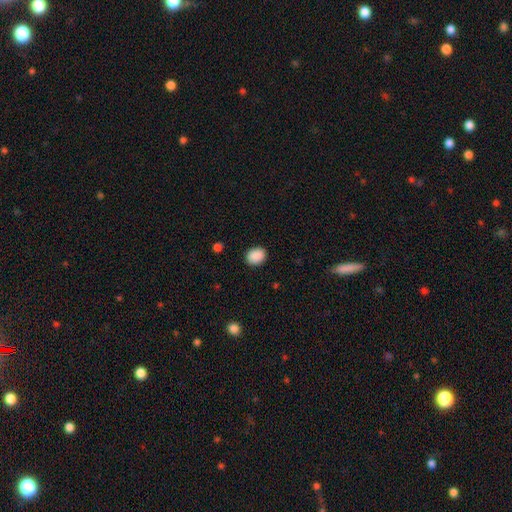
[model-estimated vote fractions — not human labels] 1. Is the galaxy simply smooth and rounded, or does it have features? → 90% smooth, 8% star or artifact, 3% featured or disk.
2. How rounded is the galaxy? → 51% round, 48% in between, 1% cigar-shaped.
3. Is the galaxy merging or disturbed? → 88% none, 9% minor disturbance, 2% major disturbance, 1% merger.